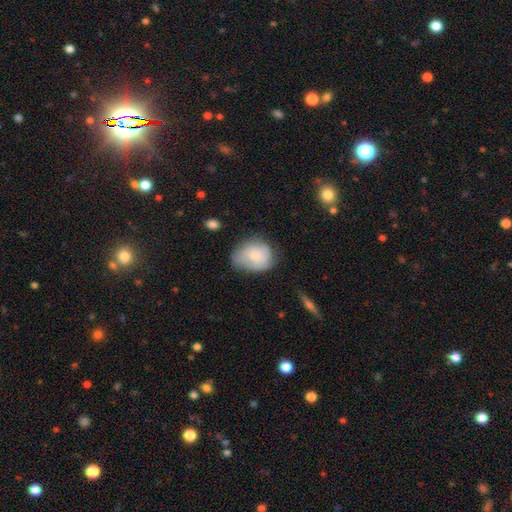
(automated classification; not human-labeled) Smooth or featured? smooth (62%)
How rounded? in between (50%)
Merging? none (58%)